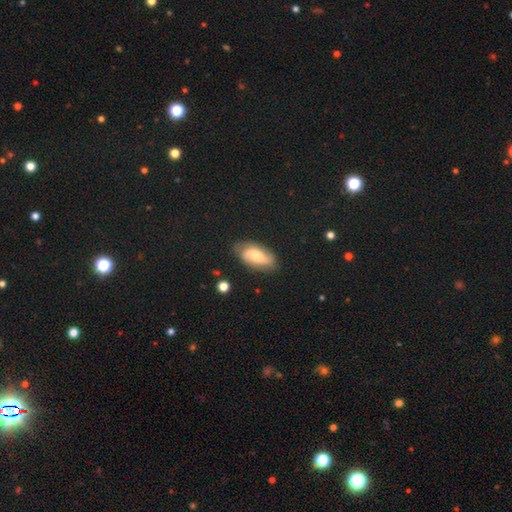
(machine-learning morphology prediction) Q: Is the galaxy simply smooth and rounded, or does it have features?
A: smooth — 50%.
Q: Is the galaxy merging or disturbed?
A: none — 73%.